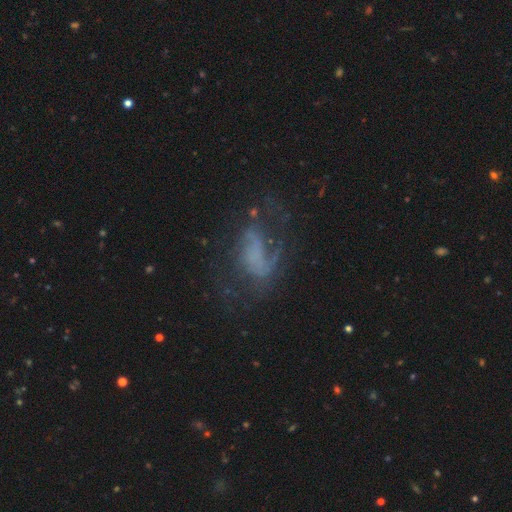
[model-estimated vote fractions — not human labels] Morphology: type=featured or disk (66%); edge-on=no (96%); bar=no (67%); spiral arms=yes (71%); bulge=none (71%); merging=none (42%).